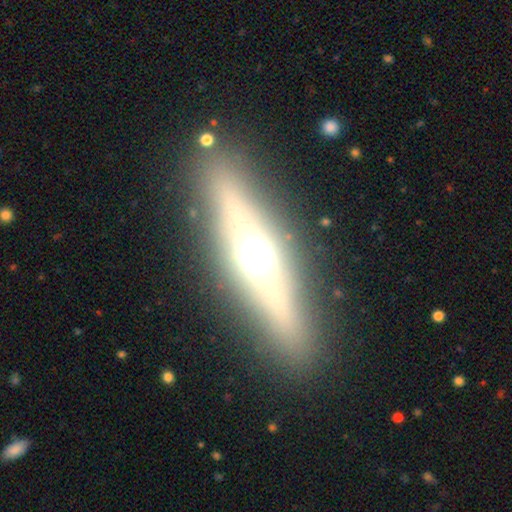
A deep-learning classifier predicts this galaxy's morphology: Q: Smooth or featured?
A: featured or disk (65%); runner-up: smooth (26%)
Q: Edge-on disk?
A: yes (90%); runner-up: no (10%)
Q: Edge-on bulge?
A: rounded (90%); runner-up: boxy (7%)
Q: Merging?
A: none (87%); runner-up: minor disturbance (8%)